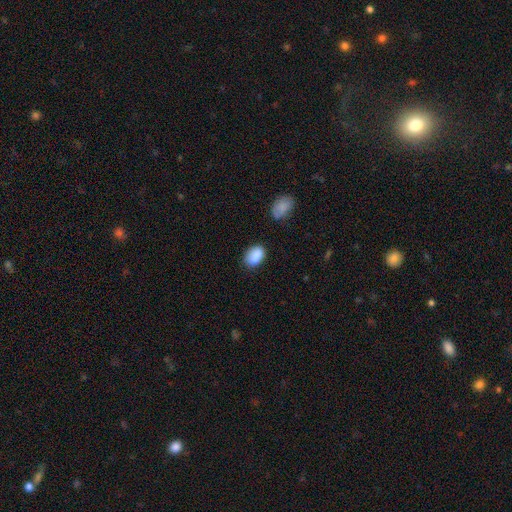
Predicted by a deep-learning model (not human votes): smooth-or-featured: smooth: 89% | star or artifact: 8% | featured or disk: 4%
  how-rounded: in between: 85% | round: 13% | cigar-shaped: 1%
  merging: none: 76% | minor disturbance: 18% | major disturbance: 4% | merger: 3%